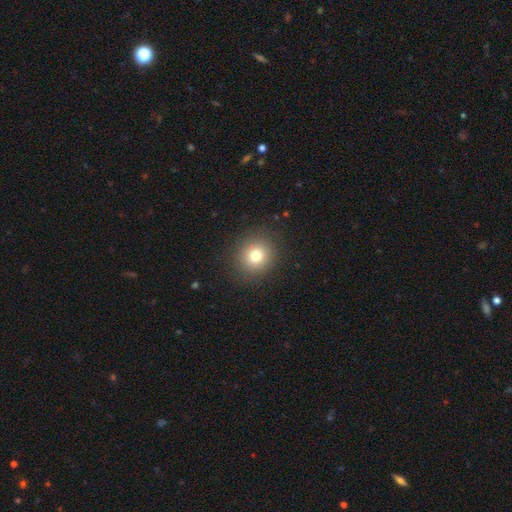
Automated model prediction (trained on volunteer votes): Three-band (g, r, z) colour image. It shows a smooth galaxy with no disk features (77%) that is round (88%). Merging: none (89%).